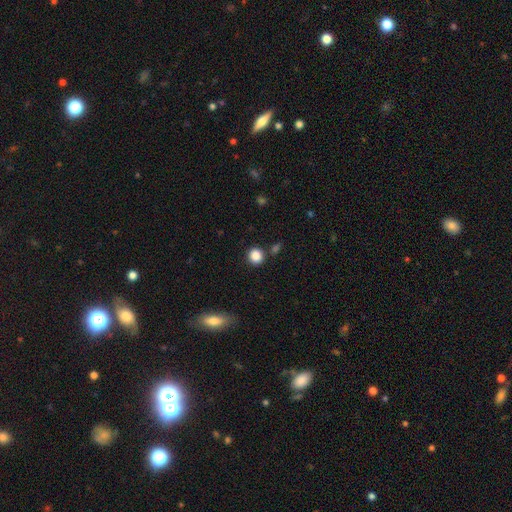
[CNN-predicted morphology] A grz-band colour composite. It shows a smooth galaxy with no disk features (86%) that is round (89%). Merging: none (84%).